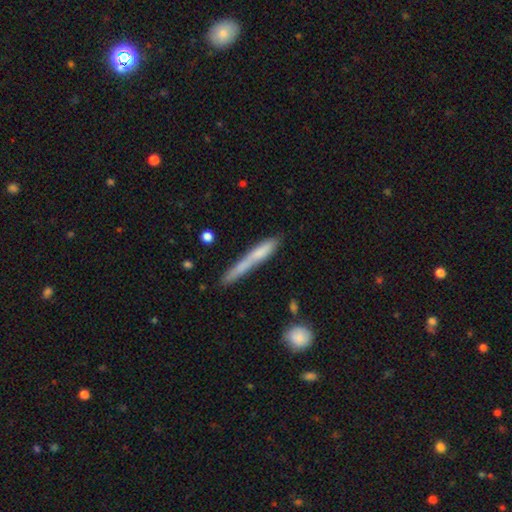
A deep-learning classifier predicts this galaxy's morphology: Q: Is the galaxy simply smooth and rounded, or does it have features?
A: smooth — 62%.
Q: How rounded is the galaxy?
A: cigar-shaped — 95%.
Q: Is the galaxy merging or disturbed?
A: none — 64%.